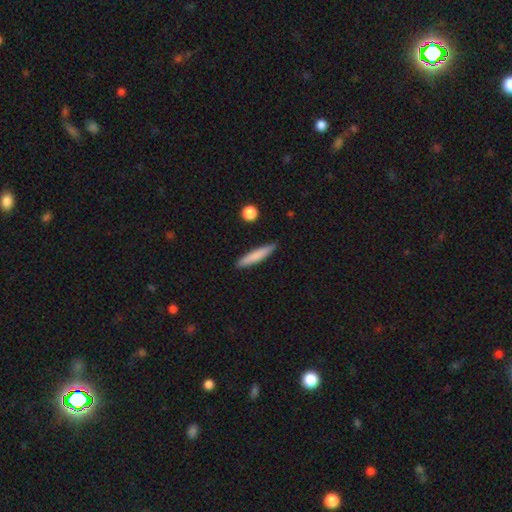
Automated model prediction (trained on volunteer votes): A smooth galaxy with no disk features (78%) that is cigar-shaped (90%). Merging: none (89%).